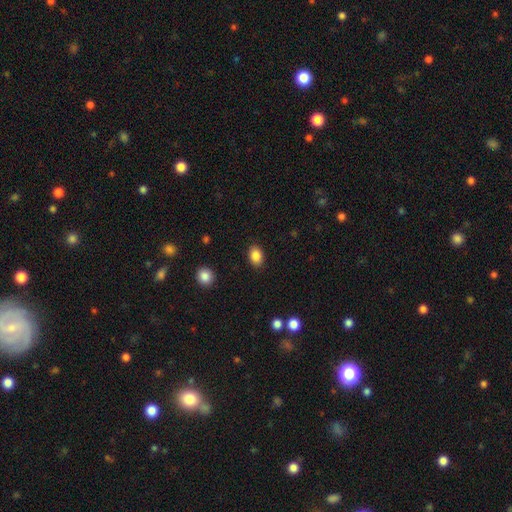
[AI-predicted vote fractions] Smooth or featured?
  - smooth: 87% *
  - star or artifact: 9%
  - featured or disk: 4%
How rounded?
  - in between: 76% *
  - round: 23%
  - cigar-shaped: 1%
Merging?
  - none: 88% *
  - minor disturbance: 9%
  - major disturbance: 3%
  - merger: 1%